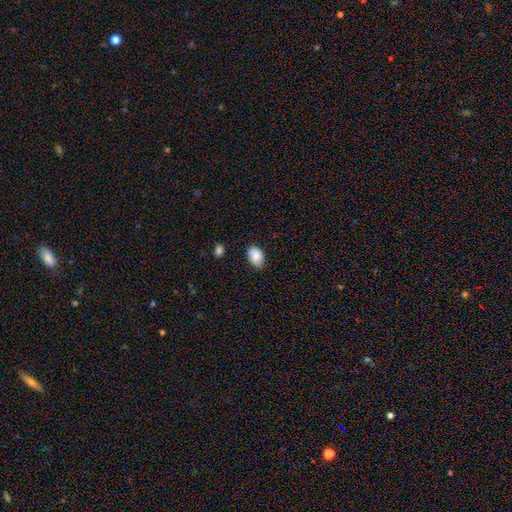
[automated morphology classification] Smooth or featured? smooth (82%)
How rounded? in between (84%)
Merging? none (68%)